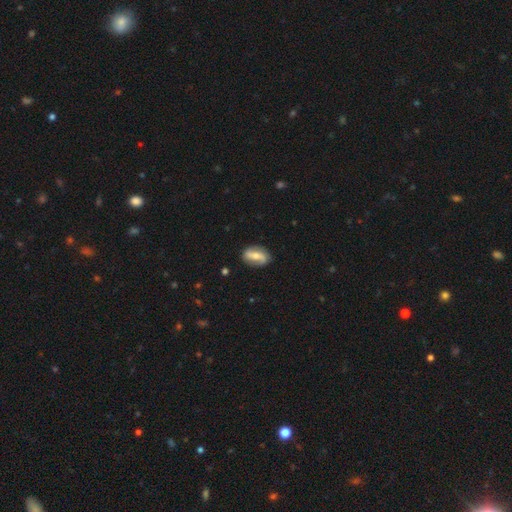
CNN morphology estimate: type=featured or disk (63%); edge-on=no (94%); bar=strong (36%); spiral arms=yes (84%); bulge=moderate (51%); merging=none (80%).